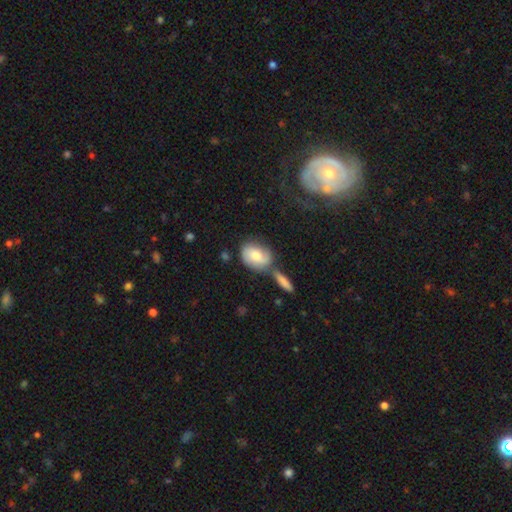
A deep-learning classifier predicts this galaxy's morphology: A smooth galaxy with no disk features (59%) that is in between round and cigar-shaped (69%).

Vote fractions:
- Smooth or featured? smooth: 59% / featured or disk: 34% / star or artifact: 7%
- How rounded? in between: 69% / round: 29% / cigar-shaped: 3%
- Merging? none: 44% / merger: 28% / minor disturbance: 19% / major disturbance: 8%